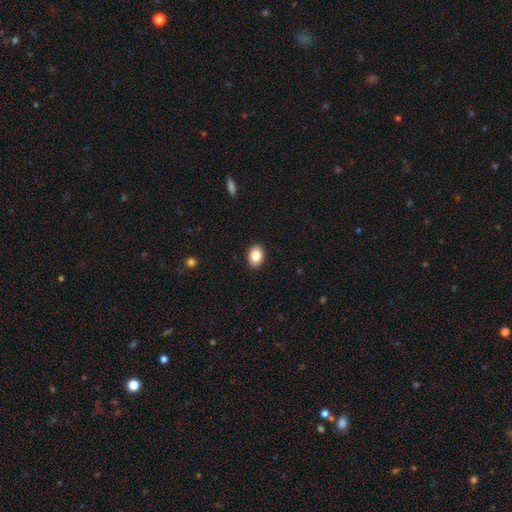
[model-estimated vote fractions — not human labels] This appears to be a smooth galaxy with no disk features (86%) that is in between round and cigar-shaped (77%). Merging: none (90%).